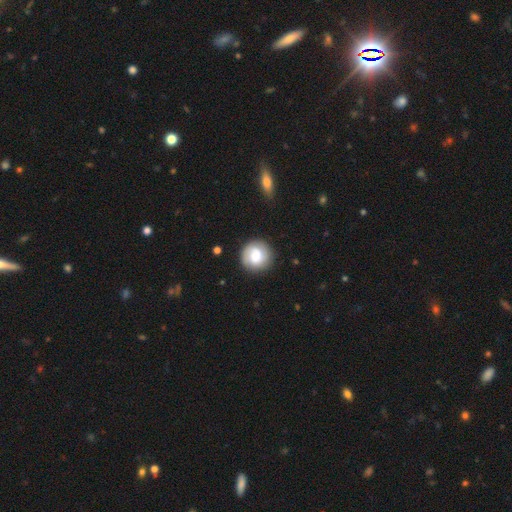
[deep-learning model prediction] This is possibly a smooth galaxy (55%). How rounded: clearly round (91%). Merging: clearly none (83%).